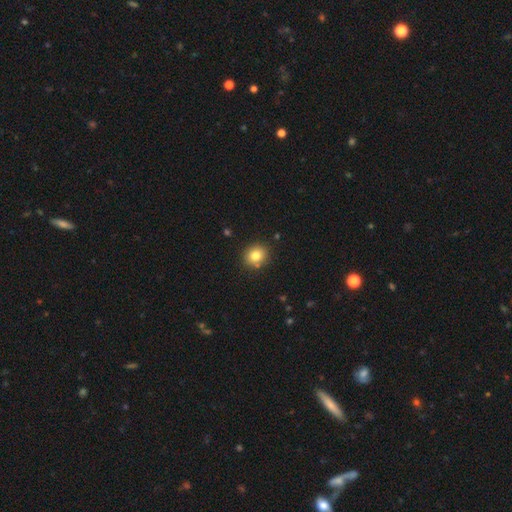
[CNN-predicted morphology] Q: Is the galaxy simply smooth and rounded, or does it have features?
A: smooth — 81%.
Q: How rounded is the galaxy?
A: round — 78%.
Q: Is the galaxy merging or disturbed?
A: none — 85%.